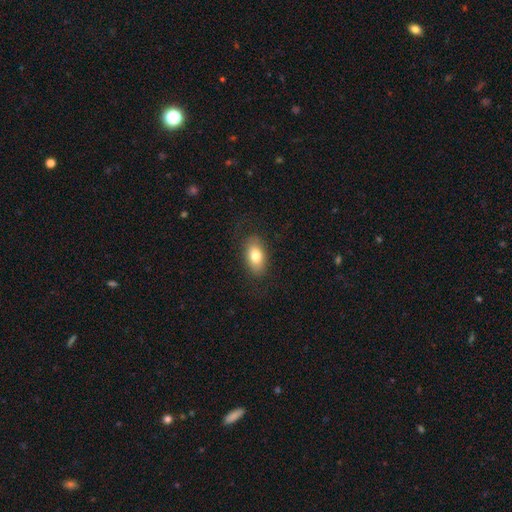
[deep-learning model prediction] Q: Smooth or featured?
A: smooth (78%); runner-up: featured or disk (15%)
Q: How rounded?
A: in between (90%); runner-up: round (7%)
Q: Merging?
A: none (83%); runner-up: minor disturbance (12%)